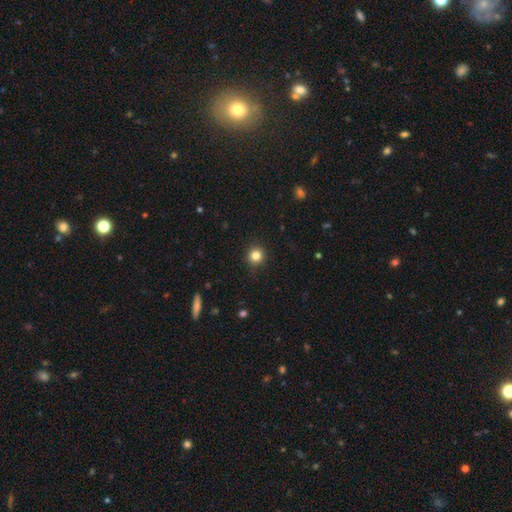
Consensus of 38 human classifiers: This is clearly a smooth galaxy (84%). How rounded: clearly round (100%). Merging: clearly none (97%).